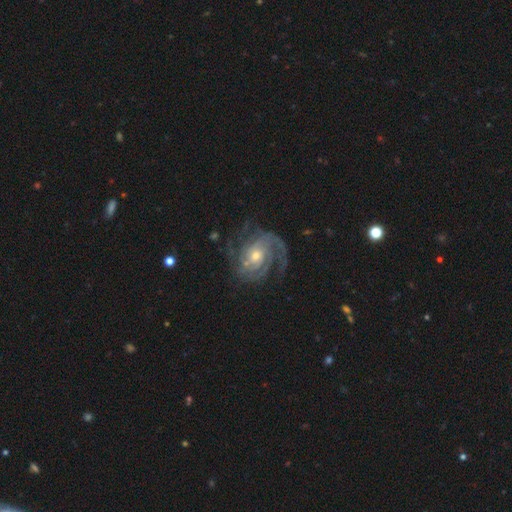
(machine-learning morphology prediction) This appears to be a featured or disk galaxy (91%) with no bar (64%), 2 (27%, tied with 3) tight (57%) spiral arms (97%) and a moderate central bulge (52%). Merging: none (69%).